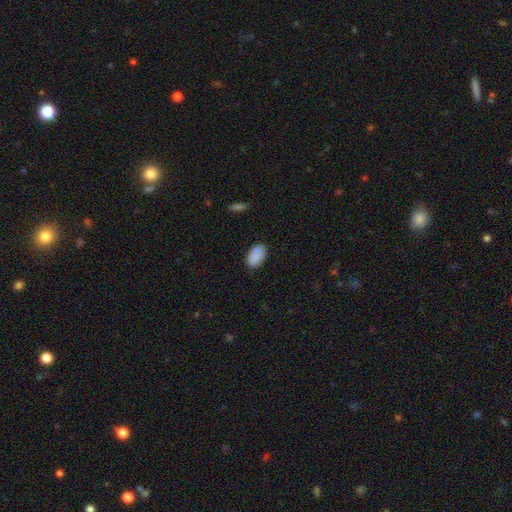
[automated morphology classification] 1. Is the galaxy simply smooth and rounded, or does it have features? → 87% smooth, 7% star or artifact, 6% featured or disk.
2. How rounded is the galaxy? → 93% in between, 6% round, 1% cigar-shaped.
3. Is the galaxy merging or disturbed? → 81% none, 13% minor disturbance, 3% major disturbance, 2% merger.